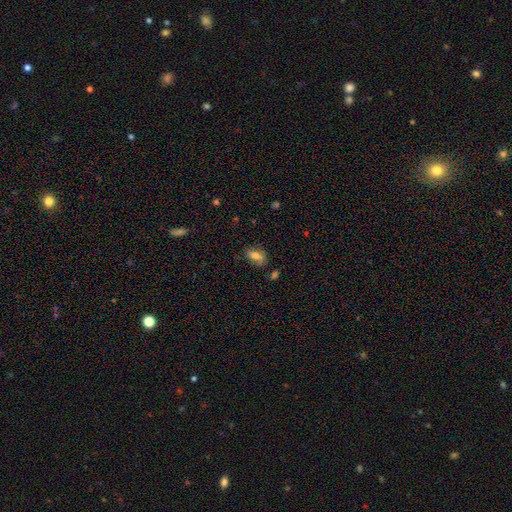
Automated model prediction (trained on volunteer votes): Smooth or featured? Predicted: smooth (p=0.70). How rounded? Predicted: in between (p=0.85). Merging? Predicted: none (p=0.67).